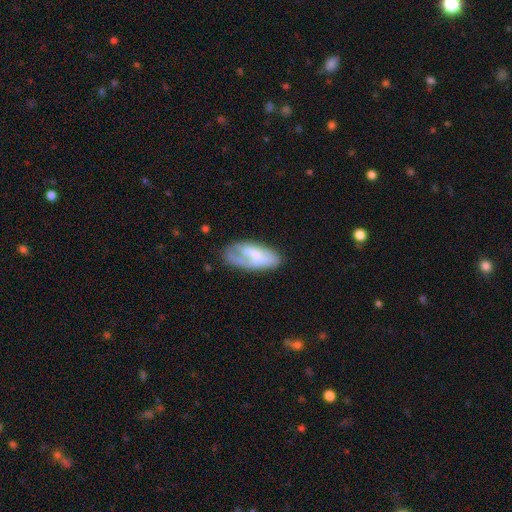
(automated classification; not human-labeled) smooth_or_featured: smooth (p=0.49) [alt: featured or disk p=0.45]
merging: none (p=0.48) [alt: minor disturbance p=0.28]